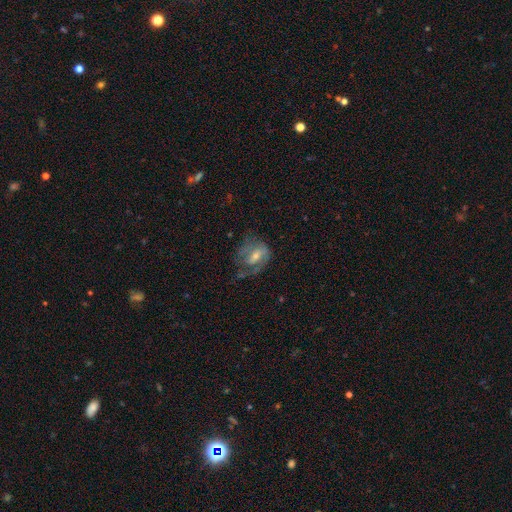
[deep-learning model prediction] A featured or disk galaxy (65%) with a weak bar (44%), spiral arms (71%) and a moderate central bulge (51%).

Vote fractions:
- Smooth or featured? featured or disk: 65% / smooth: 28% / star or artifact: 7%
- Edge-on disk? no: 95% / yes: 5%
- Bar? weak: 44% / no: 32% / strong: 24%
- Spiral arms? yes: 71% / no: 29%
- Bulge size? moderate: 51% / small: 40% / large: 5% / none: 4% / dominant: 1%
- Merging? none: 40% / major disturbance: 34% / minor disturbance: 24% / merger: 3%